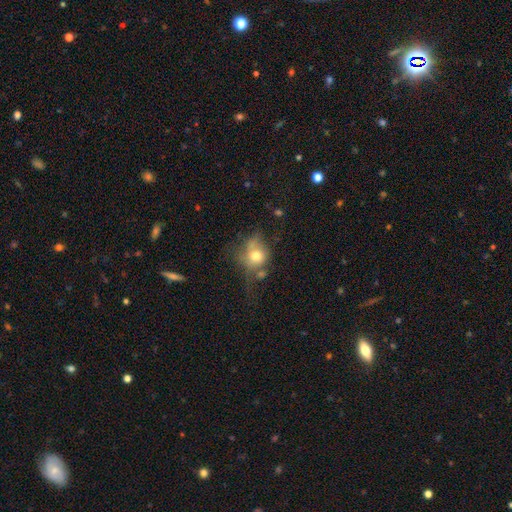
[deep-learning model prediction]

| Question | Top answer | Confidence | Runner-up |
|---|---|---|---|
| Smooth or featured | smooth | 66% | featured or disk (21%) |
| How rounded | round | 69% | in between (29%) |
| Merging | none | 36% | minor disturbance (25%) |